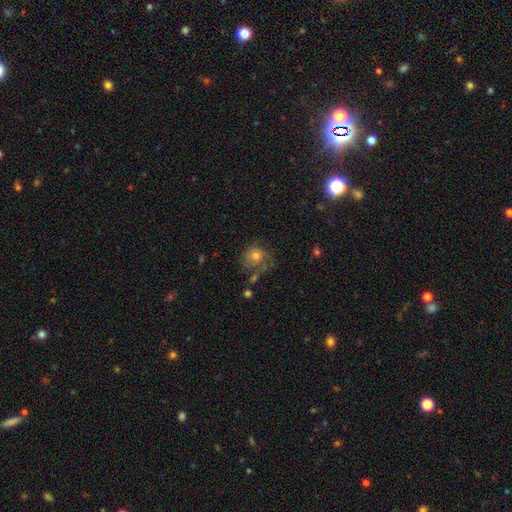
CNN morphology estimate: The model was most divided on "smooth or featured": smooth: 51%, featured or disk: 37%, star or artifact: 11%. Remaining: how rounded — round (77%); merging — none (48%).